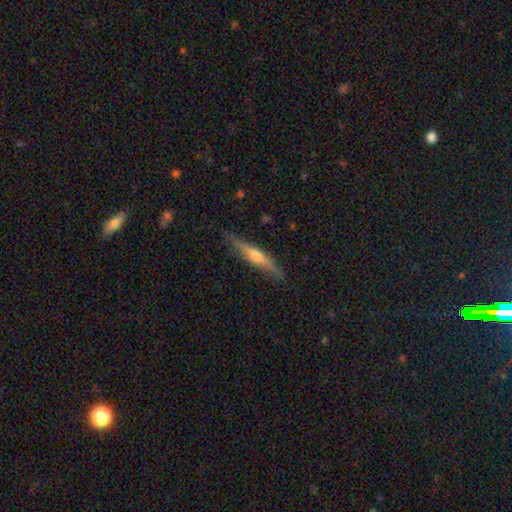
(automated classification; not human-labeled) This appears to be a featured or disk galaxy (60%) viewed edge-on (96%) with a rounded central bulge (77%). Merging: none (85%).